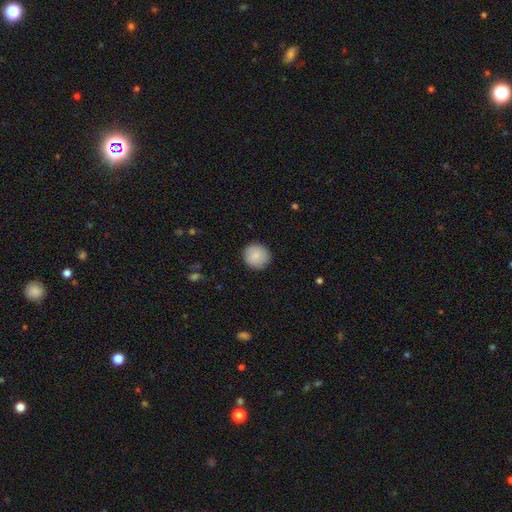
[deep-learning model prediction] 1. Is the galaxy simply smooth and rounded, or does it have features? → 86% smooth, 7% star or artifact, 7% featured or disk.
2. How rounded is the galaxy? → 93% round, 6% in between, 1% cigar-shaped.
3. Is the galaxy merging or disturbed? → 90% none, 7% minor disturbance, 2% major disturbance, 1% merger.